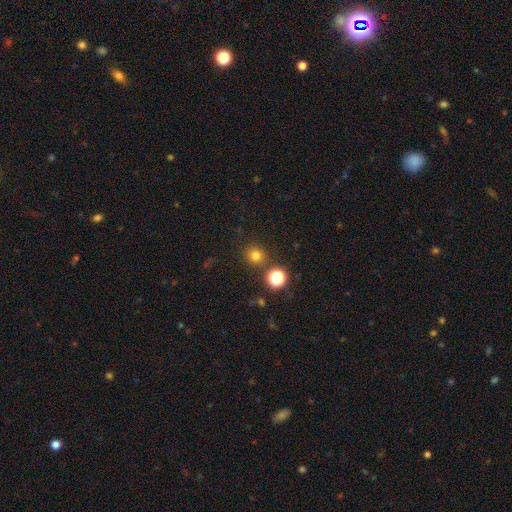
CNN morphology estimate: A smooth galaxy with no disk features (76%) that is round (91%). Merging: none (86%).